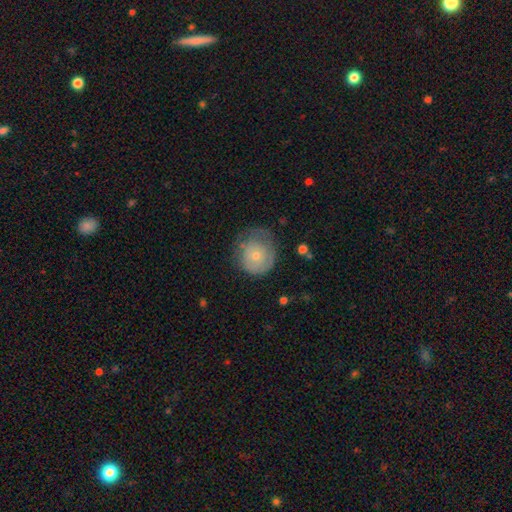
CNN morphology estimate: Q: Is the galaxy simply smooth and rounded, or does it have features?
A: smooth — 62%.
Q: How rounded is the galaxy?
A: round — 85%.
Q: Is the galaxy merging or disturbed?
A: none — 47%.